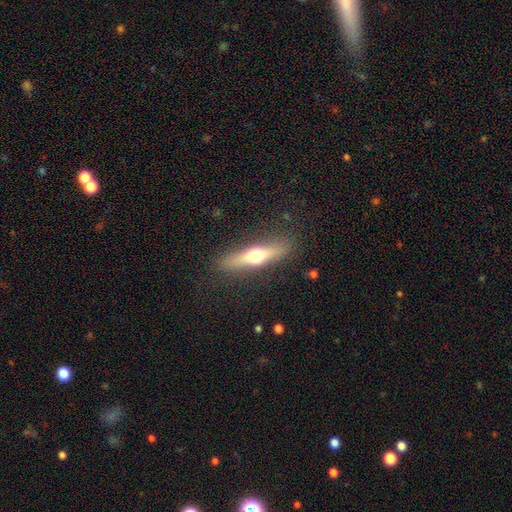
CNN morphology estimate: type=featured or disk (55%); edge-on=yes (91%); merging=none (87%).